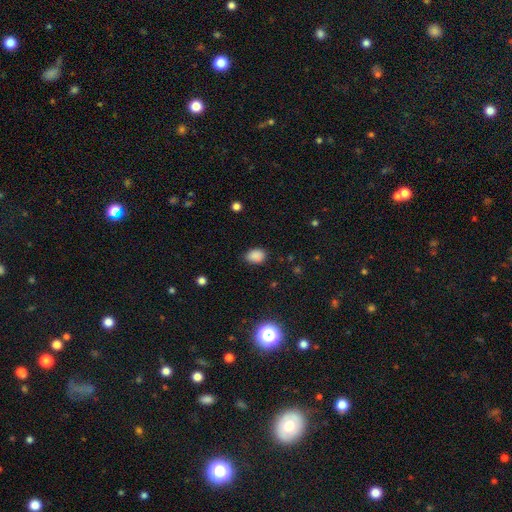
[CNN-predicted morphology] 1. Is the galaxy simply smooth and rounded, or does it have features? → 86% smooth, 11% star or artifact, 3% featured or disk.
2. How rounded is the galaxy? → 70% in between, 29% round, 1% cigar-shaped.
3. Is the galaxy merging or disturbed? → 81% none, 14% minor disturbance, 3% major disturbance, 1% merger.